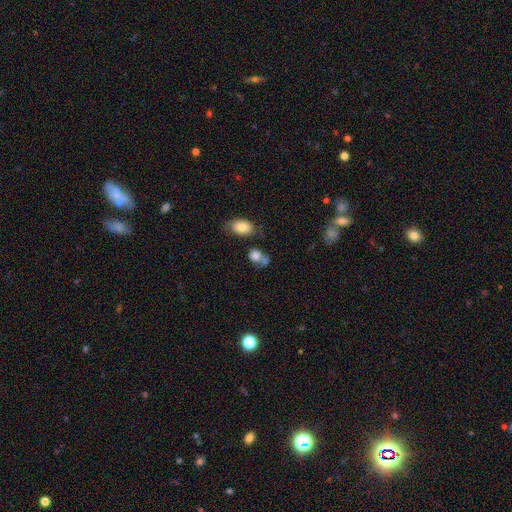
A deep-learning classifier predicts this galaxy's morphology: smooth 80%, star or artifact 11%, featured or disk 10%. Down the decision tree: how rounded — round (57%); merging — none (41%).